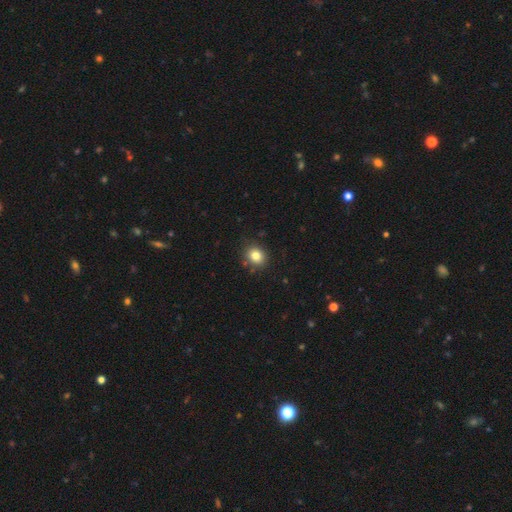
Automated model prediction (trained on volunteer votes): smooth 82%, star or artifact 11%, featured or disk 7%. Down the decision tree: how rounded — round (71%); merging — none (85%).